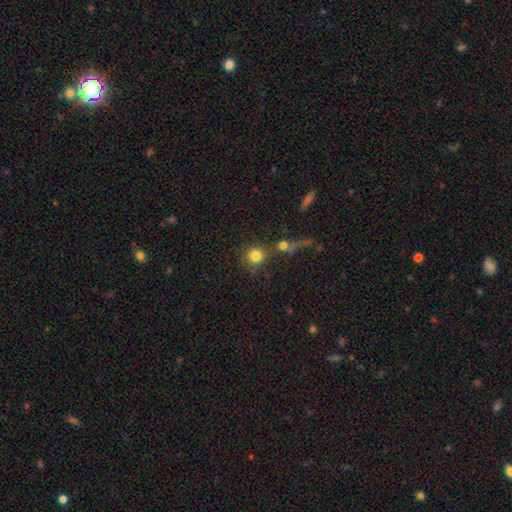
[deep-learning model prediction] Smooth or featured: smooth — 81% (star or artifact — 11%)
How rounded: round — 92% (in between — 7%)
Merging: none — 65% (merger — 20%)